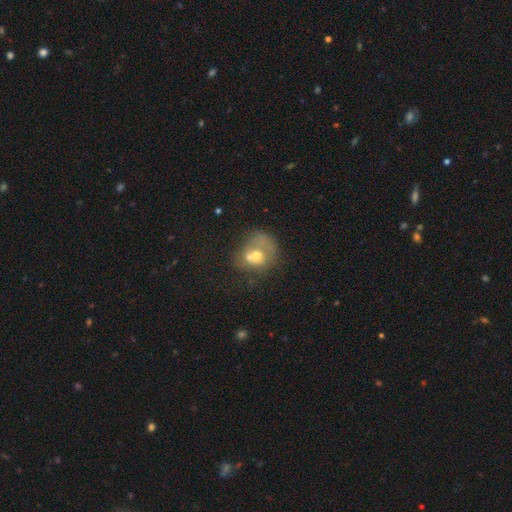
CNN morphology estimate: Smooth or featured?
  - smooth: 52% *
  - featured or disk: 37%
  - star or artifact: 11%
How rounded?
  - round: 60% *
  - in between: 39%
  - cigar-shaped: 1%
Merging?
  - merger: 45% *
  - none: 21%
  - major disturbance: 19%
  - minor disturbance: 15%